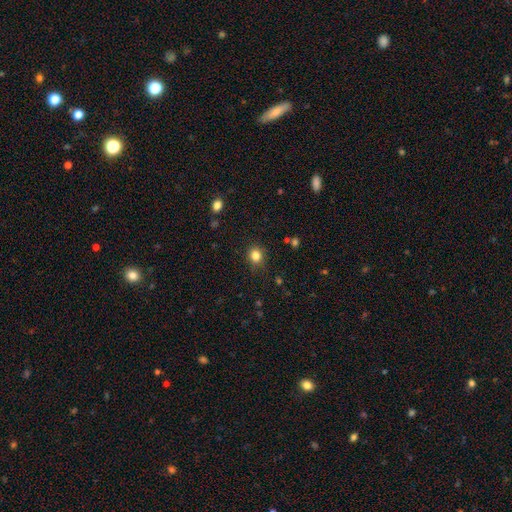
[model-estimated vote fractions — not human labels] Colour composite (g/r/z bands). It shows a smooth galaxy with no disk features (83%) that is round (76%). Merging: none (85%).